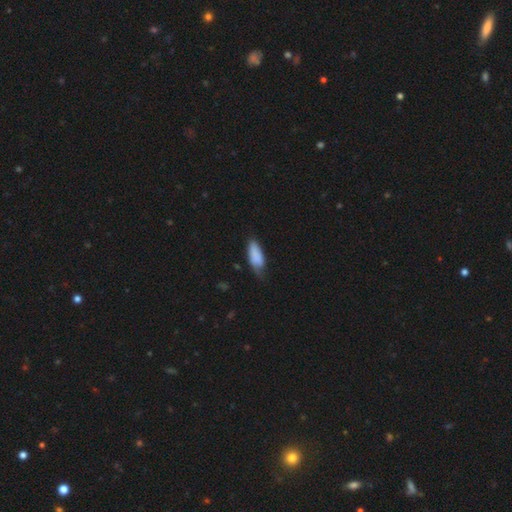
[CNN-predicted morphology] Smooth or featured? Predicted: smooth (p=0.83). How rounded? Predicted: in between (p=0.78). Merging? Predicted: none (p=0.45).